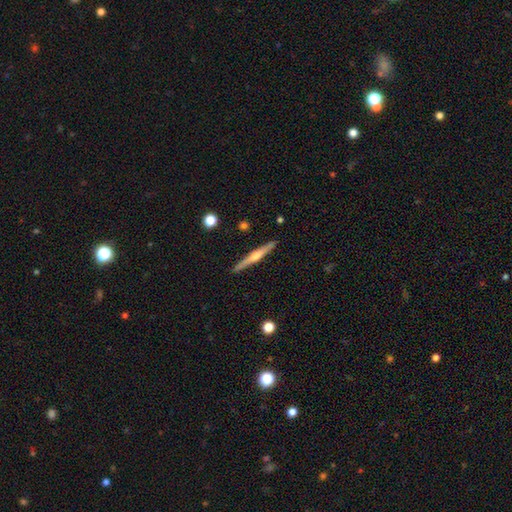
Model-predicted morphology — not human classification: smooth_or_featured: featured or disk (p=0.68) [alt: smooth p=0.27]
disk_edge_on: yes (p=0.98) [alt: no p=0.02]
edge_on_bulge: rounded (p=0.78) [alt: boxy p=0.12]
merging: none (p=0.91) [alt: minor disturbance p=0.07]